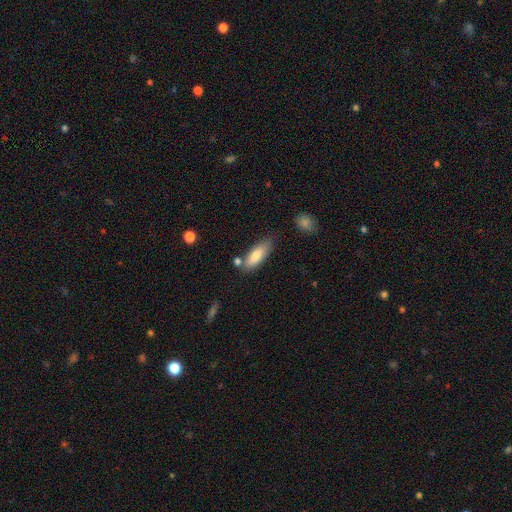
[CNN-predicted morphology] A smooth galaxy with no disk features (79%) that is in between round and cigar-shaped (64%). Merging: none (69%).